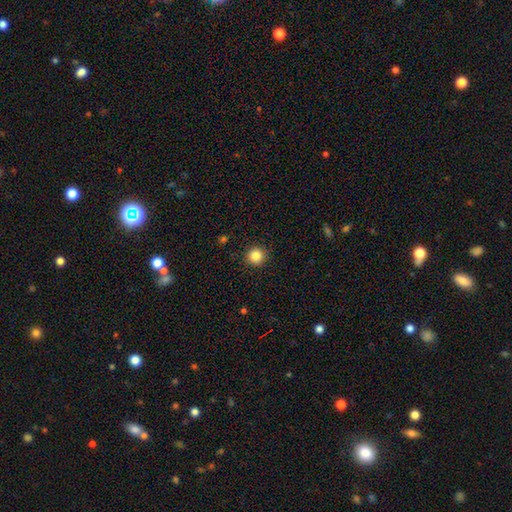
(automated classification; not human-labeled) Smooth or featured?
  - smooth: 85% *
  - star or artifact: 11%
  - featured or disk: 5%
How rounded?
  - round: 95% *
  - in between: 4%
  - cigar-shaped: 1%
Merging?
  - none: 92% *
  - minor disturbance: 5%
  - major disturbance: 2%
  - merger: 1%